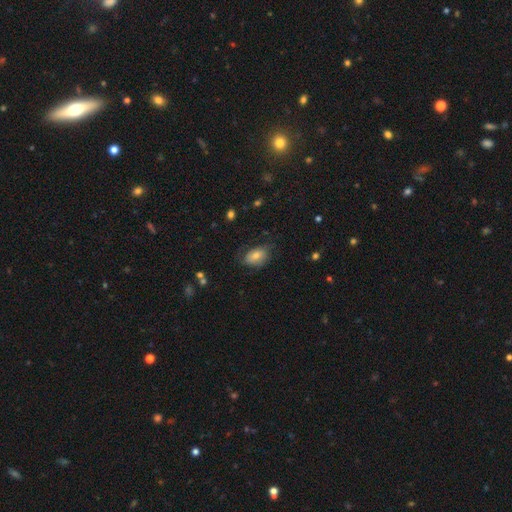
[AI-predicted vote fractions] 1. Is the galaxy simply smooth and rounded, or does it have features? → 64% smooth, 28% featured or disk, 9% star or artifact.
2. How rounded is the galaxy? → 87% in between, 11% round, 2% cigar-shaped.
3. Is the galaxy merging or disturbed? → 57% none, 27% minor disturbance, 14% major disturbance, 1% merger.